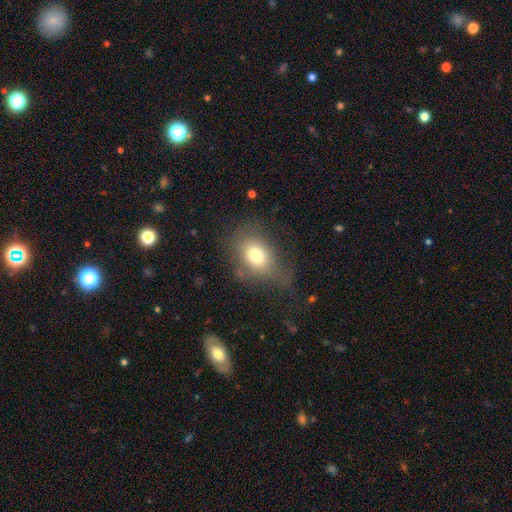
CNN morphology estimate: smooth 73%, featured or disk 16%, star or artifact 11%. Down the decision tree: how rounded — in between (69%); merging — none (52%).